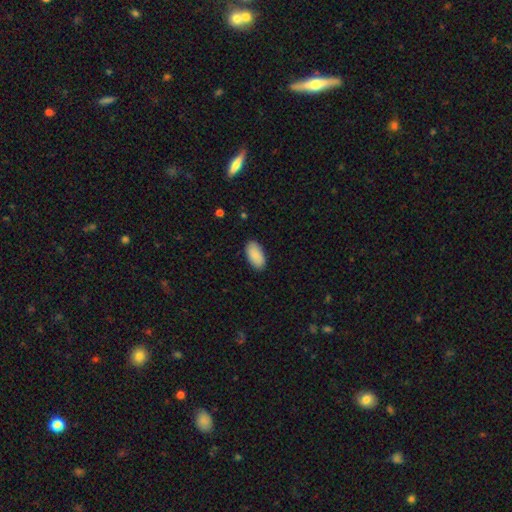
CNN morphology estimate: smooth_or_featured: smooth (p=0.89) [alt: star or artifact p=0.06]
how_rounded: in between (p=0.95) [alt: cigar-shaped p=0.03]
merging: none (p=0.88) [alt: minor disturbance p=0.09]